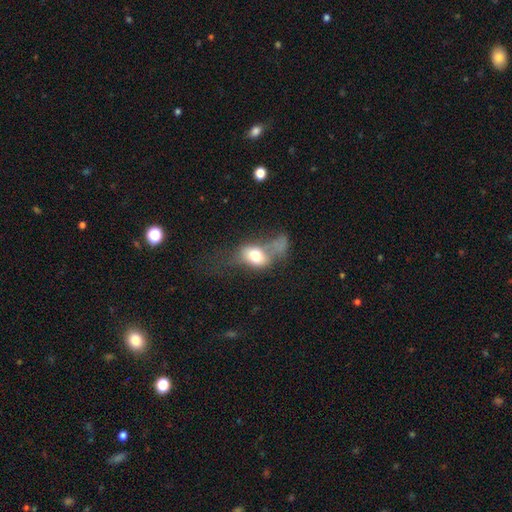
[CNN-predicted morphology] smooth-or-featured: smooth: 65% | featured or disk: 26% | star or artifact: 9%
  how-rounded: in between: 79% | round: 18% | cigar-shaped: 4%
  merging: major disturbance: 45% | merger: 22% | none: 17% | minor disturbance: 16%